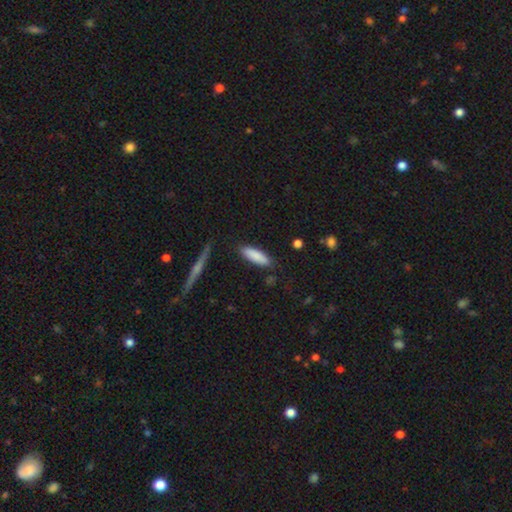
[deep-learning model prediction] Smooth or featured? smooth (85%)
How rounded? cigar-shaped (52%)
Merging? none (84%)